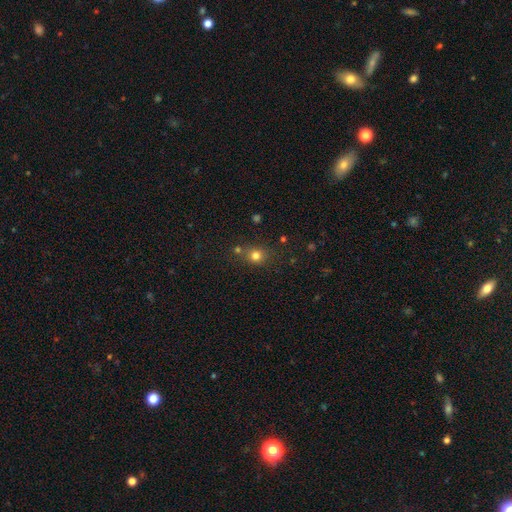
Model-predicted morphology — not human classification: Smooth or featured? Predicted: smooth (p=0.77). How rounded? Predicted: round (p=0.79). Merging? Predicted: none (p=0.70).